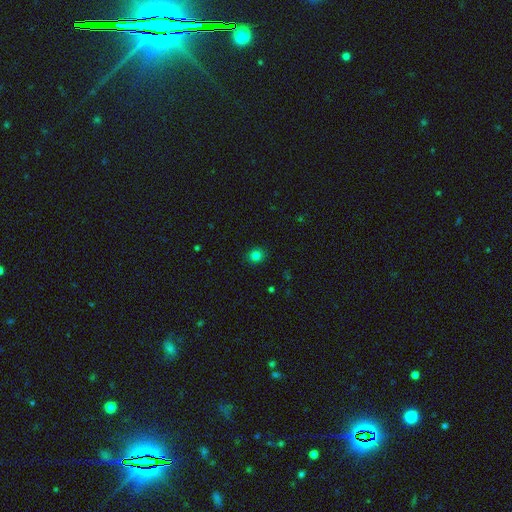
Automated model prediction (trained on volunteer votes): Smooth or featured?
  - smooth: 80% *
  - star or artifact: 15%
  - featured or disk: 5%
How rounded?
  - round: 81% *
  - in between: 18%
  - cigar-shaped: 1%
Merging?
  - none: 90% *
  - minor disturbance: 7%
  - major disturbance: 2%
  - merger: 1%